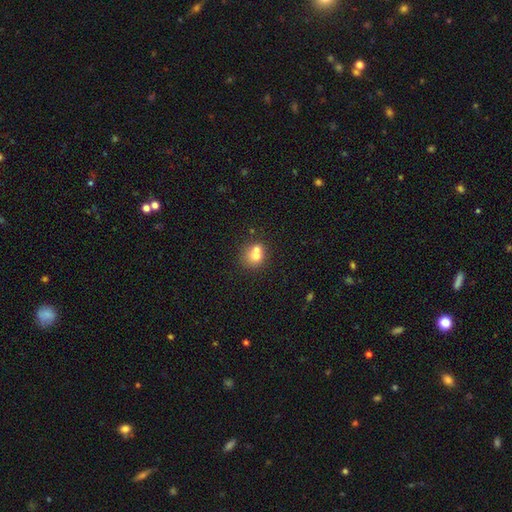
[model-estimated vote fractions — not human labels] A smooth galaxy with no disk features (69%) that is round (79%). Merging: merger (49%).